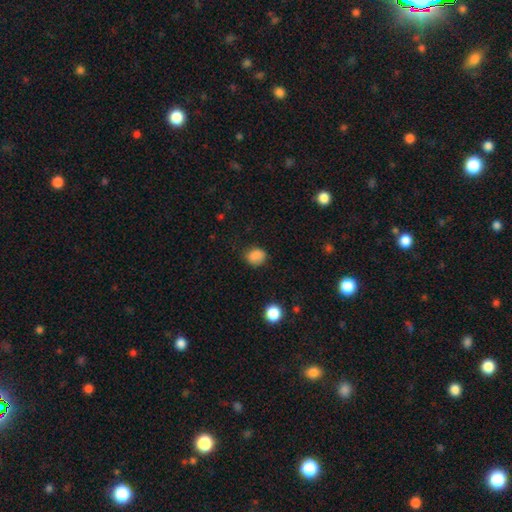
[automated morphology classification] smooth-or-featured: smooth: 86% | star or artifact: 11% | featured or disk: 4%
  how-rounded: round: 58% | in between: 41% | cigar-shaped: 1%
  merging: none: 78% | minor disturbance: 16% | major disturbance: 4% | merger: 1%